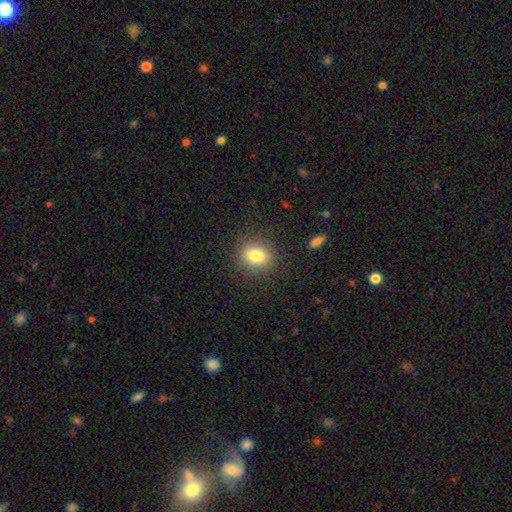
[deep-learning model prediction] Overall: smooth (82%). How rounded: round (50%; in between 49%). Merging: none (87%).